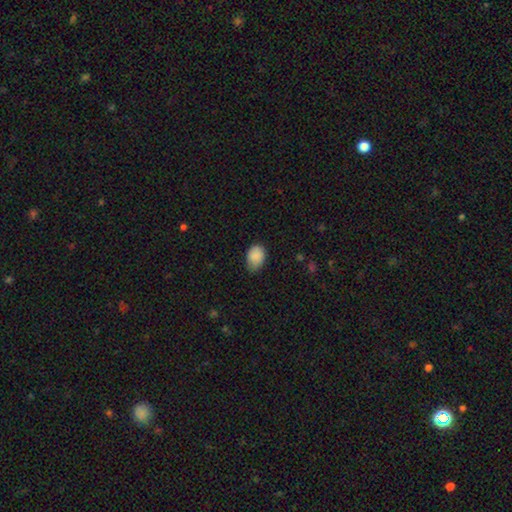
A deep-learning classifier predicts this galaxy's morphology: Q: Smooth or featured?
A: smooth (88%); runner-up: star or artifact (7%)
Q: How rounded?
A: in between (77%); runner-up: round (22%)
Q: Merging?
A: none (64%); runner-up: minor disturbance (31%)